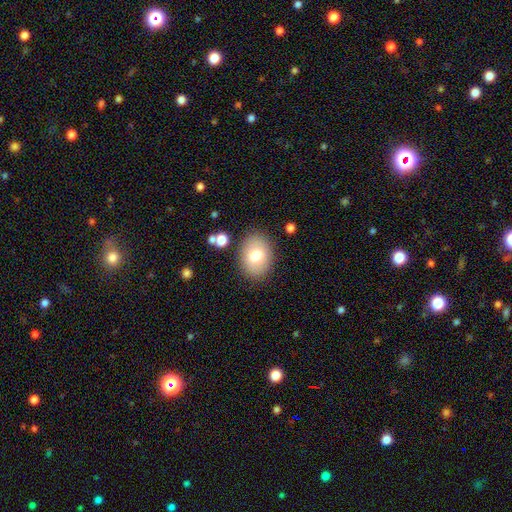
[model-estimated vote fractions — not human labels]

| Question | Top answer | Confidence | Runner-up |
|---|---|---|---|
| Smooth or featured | smooth | 75% | featured or disk (16%) |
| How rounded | in between | 67% | round (32%) |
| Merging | none | 85% | minor disturbance (10%) |